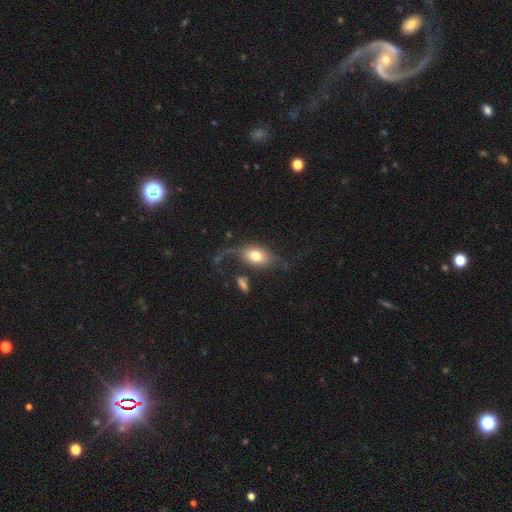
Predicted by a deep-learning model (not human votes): smooth_or_featured: smooth (p=0.60) [alt: featured or disk p=0.32]
how_rounded: in between (p=0.79) [alt: round p=0.17]
merging: major disturbance (p=0.37) [alt: none p=0.35]